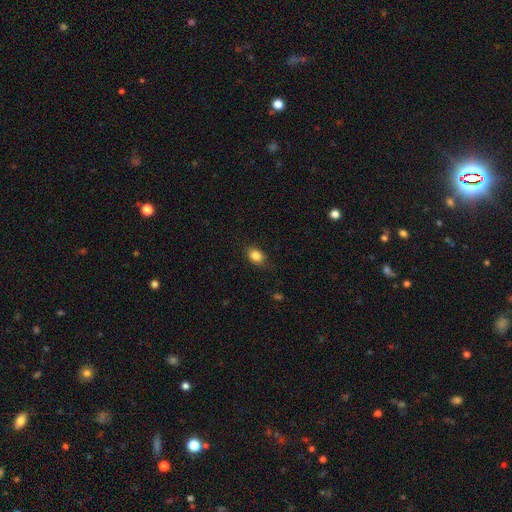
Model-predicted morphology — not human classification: Q: Smooth or featured?
A: smooth (84%); runner-up: star or artifact (10%)
Q: How rounded?
A: in between (69%); runner-up: round (30%)
Q: Merging?
A: none (81%); runner-up: minor disturbance (15%)